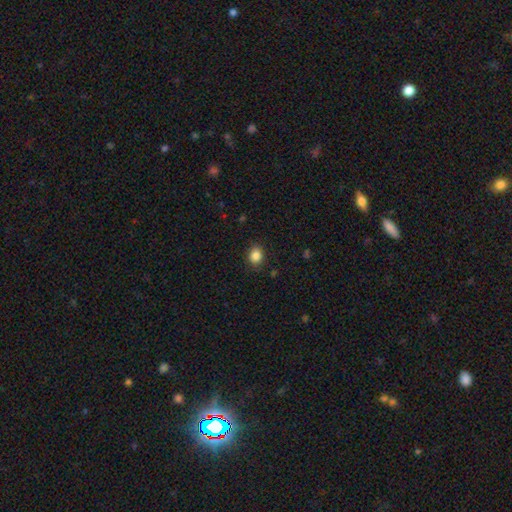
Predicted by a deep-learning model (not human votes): smooth 86%, star or artifact 10%, featured or disk 4%. Down the decision tree: how rounded — round (53%); merging — none (85%).